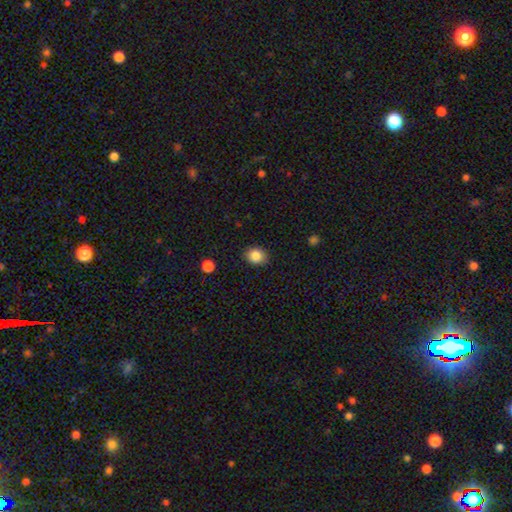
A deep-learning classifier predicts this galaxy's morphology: A smooth galaxy with no disk features (85%) that is round (57%).

Vote fractions:
- Smooth or featured? smooth: 85% / star or artifact: 9% / featured or disk: 6%
- How rounded? round: 57% / in between: 42% / cigar-shaped: 1%
- Merging? none: 88% / minor disturbance: 9% / major disturbance: 2% / merger: 1%